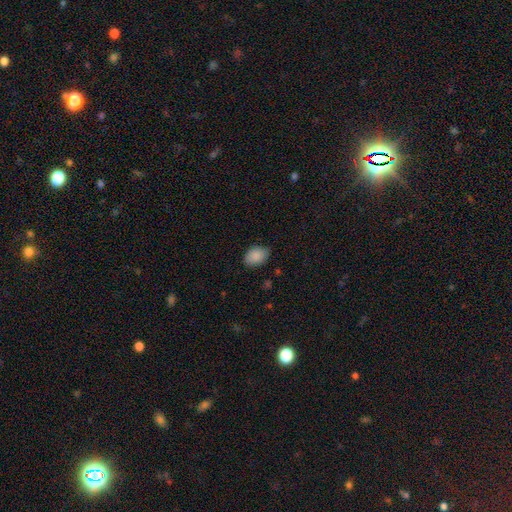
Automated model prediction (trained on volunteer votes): Smooth or featured: smooth — 88% (star or artifact — 7%)
How rounded: in between — 79% (round — 20%)
Merging: none — 79% (minor disturbance — 17%)